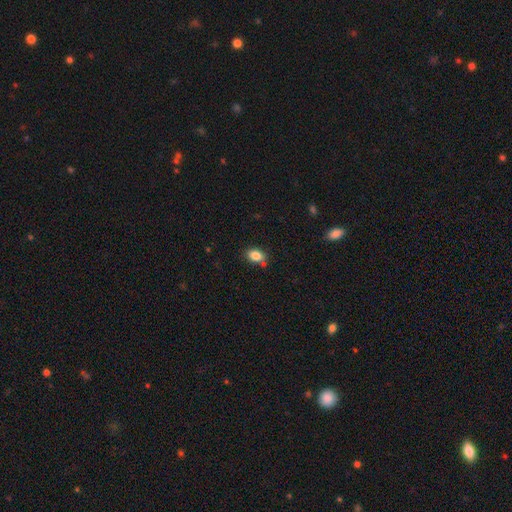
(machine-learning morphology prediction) smooth_or_featured: smooth (p=0.84) [alt: star or artifact p=0.09]
how_rounded: in between (p=0.81) [alt: round p=0.18]
merging: none (p=0.75) [alt: minor disturbance p=0.14]